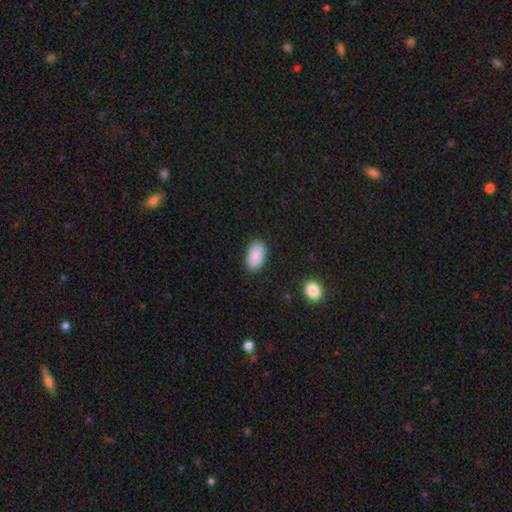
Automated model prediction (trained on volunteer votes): The model was most divided on "merging": none: 87%, minor disturbance: 10%, major disturbance: 2%, merger: 1%. More confident: how rounded — in between (94%); smooth or featured — smooth (89%).